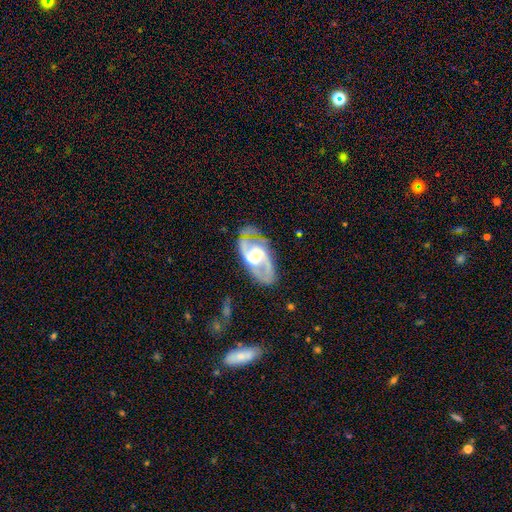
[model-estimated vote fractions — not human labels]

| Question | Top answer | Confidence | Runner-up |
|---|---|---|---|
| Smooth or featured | featured or disk | 88% | smooth (7%) |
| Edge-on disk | no | 96% | yes (4%) |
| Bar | no | 45% | weak (39%) |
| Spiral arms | yes | 96% | no (4%) |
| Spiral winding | medium | 53% | tight (29%) |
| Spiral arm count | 2 | 78% | 3 (8%) |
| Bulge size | moderate | 58% | small (30%) |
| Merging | none | 74% | minor disturbance (16%) |